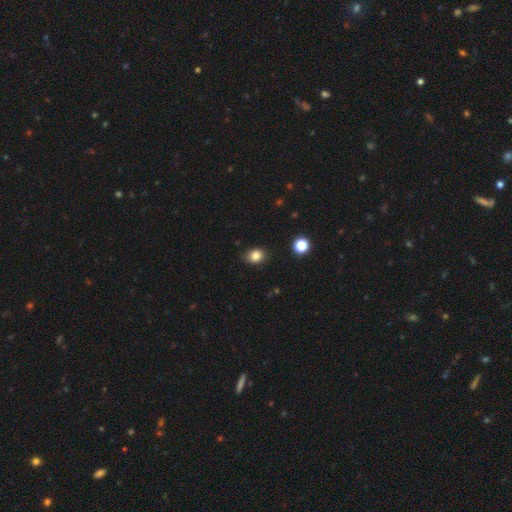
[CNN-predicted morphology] A smooth galaxy with no disk features (84%) that is in between round and cigar-shaped (51%). Merging: none (85%).